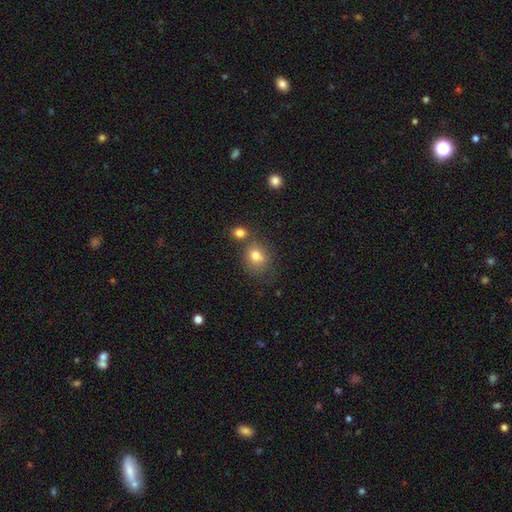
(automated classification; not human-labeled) Overall: smooth (78%). How rounded: round (64%; in between 35%). Merging: none (52%; merger 25%).